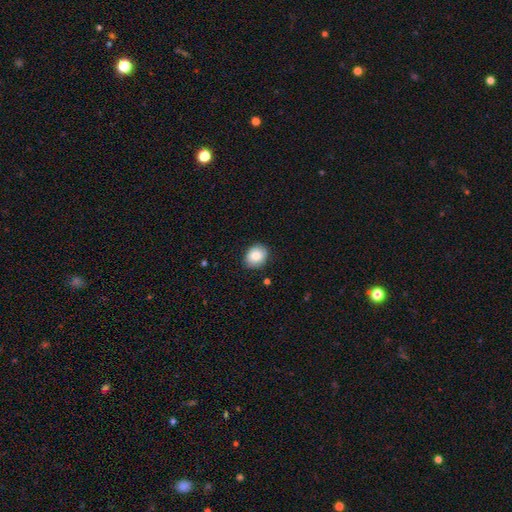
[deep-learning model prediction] The model was most divided on "how rounded": round: 58%, in between: 41%, cigar-shaped: 1%. More confident: merging — none (85%); smooth or featured — smooth (84%).